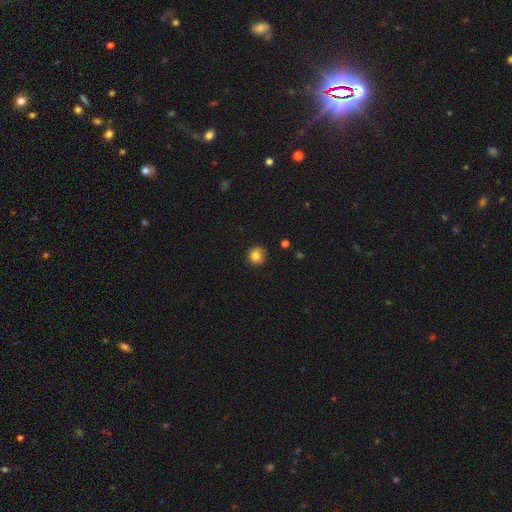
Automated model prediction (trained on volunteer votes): Overall: smooth (82%). How rounded: round (92%). Merging: none (87%).